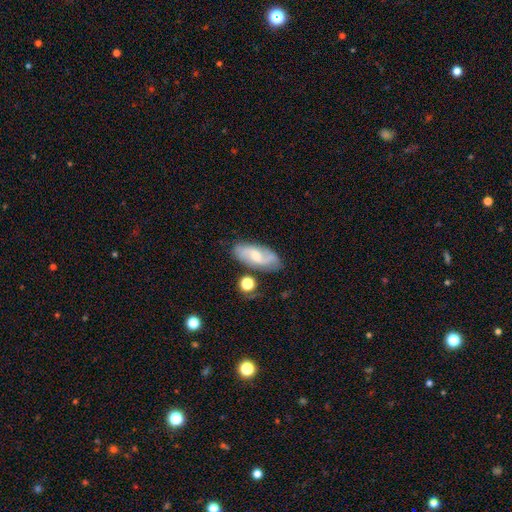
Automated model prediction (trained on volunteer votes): smooth-or-featured: featured or disk: 67% | smooth: 26% | star or artifact: 7%
  disk-edge-on: no: 93% | yes: 7%
    bar: weak: 51% | no: 37% | strong: 12%
    has-spiral-arms: yes: 92% | no: 8%
      spiral-winding: medium: 44% | loose: 40% | tight: 15%
      spiral-arm-count: 2: 85% | can't tell: 8% | 3: 3% | 1: 2% | 4: 1% | more than 4: 1%
    bulge-size: moderate: 44% | small: 42% | none: 8% | large: 5% | dominant: 1%
  merging: none: 75% | minor disturbance: 15% | merger: 6% | major disturbance: 4%